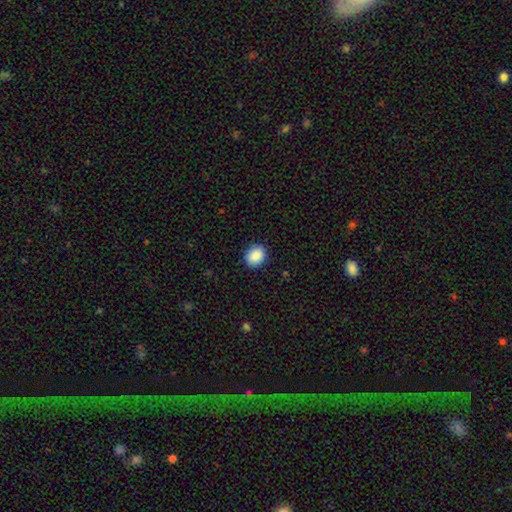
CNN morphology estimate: Overall: smooth (89%). How rounded: round (52%; in between 47%). Merging: none (89%).